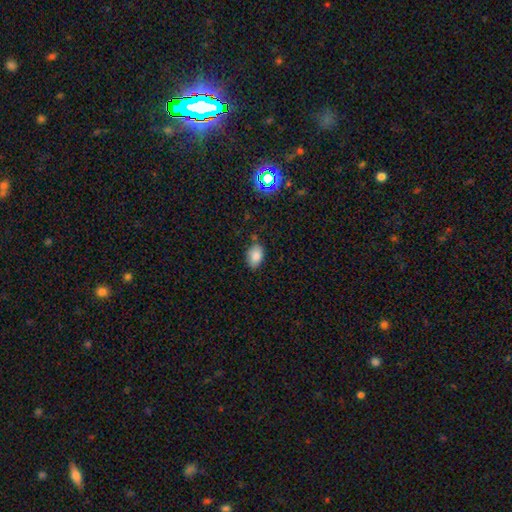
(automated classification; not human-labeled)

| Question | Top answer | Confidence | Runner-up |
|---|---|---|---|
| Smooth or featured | smooth | 83% | star or artifact (11%) |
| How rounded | in between | 86% | round (12%) |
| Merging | none | 77% | minor disturbance (17%) |